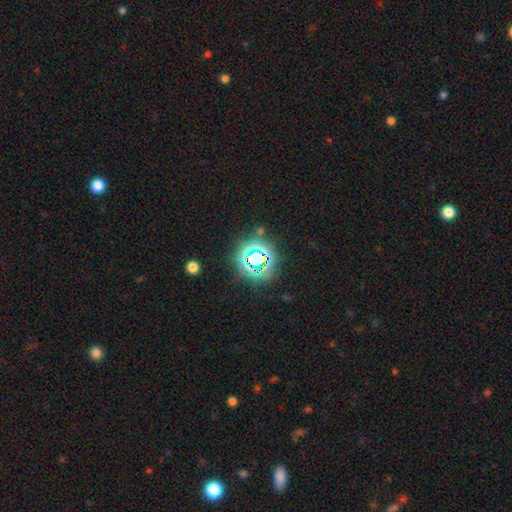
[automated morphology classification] smooth_or_featured: star or artifact (p=0.72) [alt: smooth p=0.19]